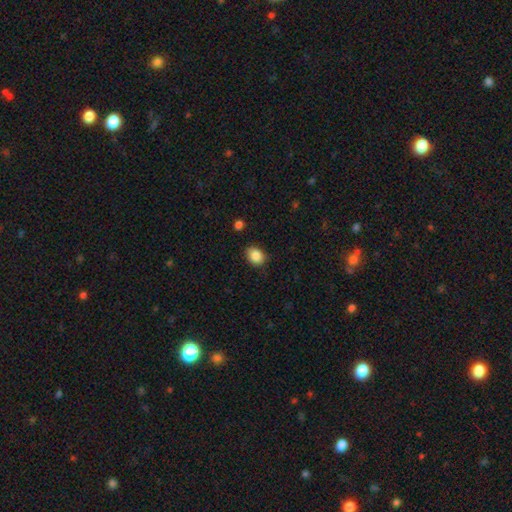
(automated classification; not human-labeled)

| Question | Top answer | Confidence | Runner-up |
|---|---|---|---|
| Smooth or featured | smooth | 87% | star or artifact (9%) |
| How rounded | in between | 55% | round (44%) |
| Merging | none | 84% | minor disturbance (12%) |